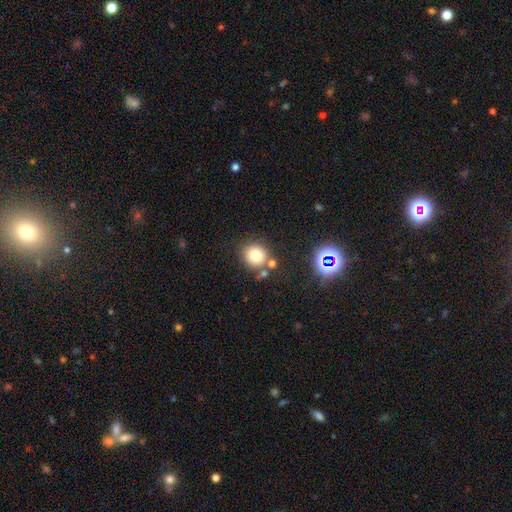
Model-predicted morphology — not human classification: The model was most divided on "merging": none: 72%, merger: 14%, minor disturbance: 10%, major disturbance: 4%. More confident: how rounded — round (88%); smooth or featured — smooth (75%).